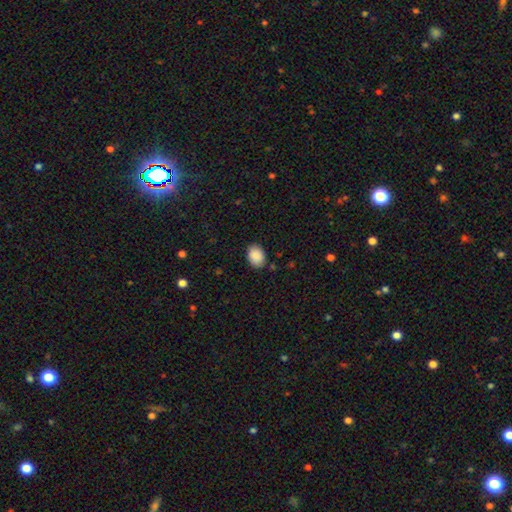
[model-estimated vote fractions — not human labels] This appears to be a smooth galaxy with no disk features (90%) that is in between round and cigar-shaped (72%). Merging: none (84%).